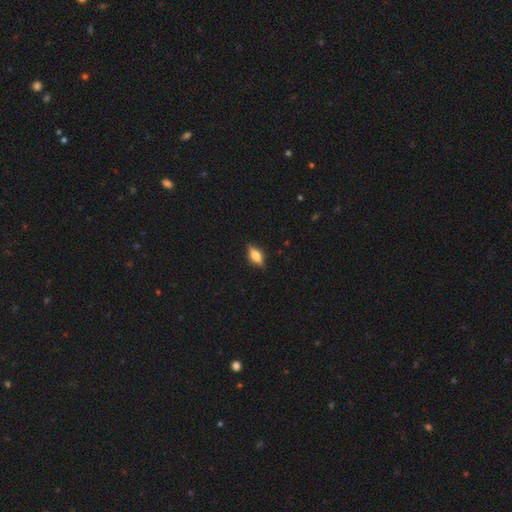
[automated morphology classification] smooth_or_featured: featured or disk (p=0.49) [alt: smooth p=0.42]
merging: none (p=0.85) [alt: minor disturbance p=0.12]